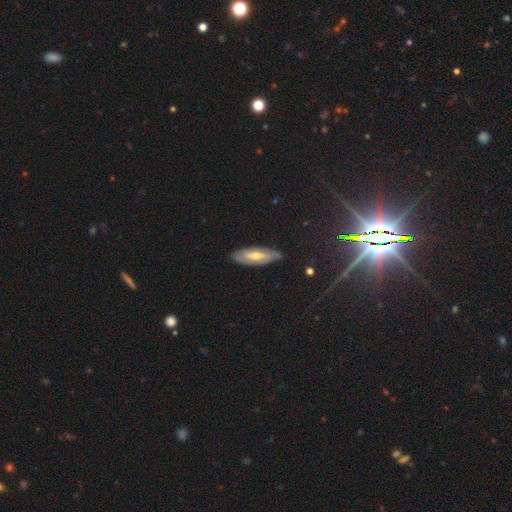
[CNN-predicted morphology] Overall: featured or disk (58%; smooth 30%). Edge-on disk: no (64%; yes 36%). Merging: none (81%).